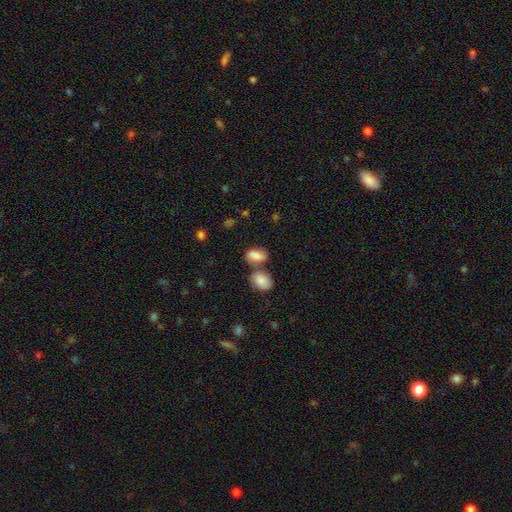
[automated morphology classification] Smooth or featured? Predicted: smooth (p=0.84). How rounded? Predicted: in between (p=0.88). Merging? Predicted: none (p=0.45).